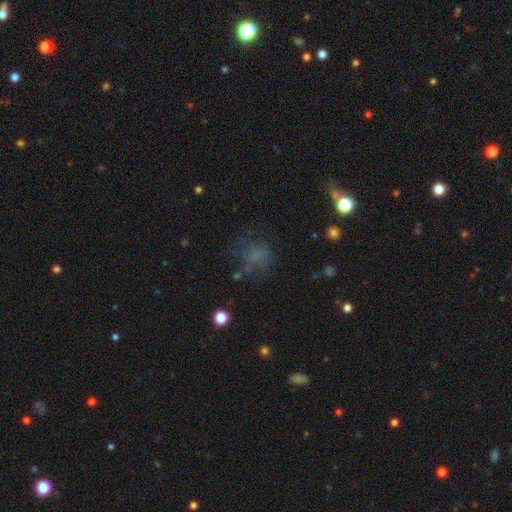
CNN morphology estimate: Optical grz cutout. It shows a smooth galaxy with no disk features (54%) that is round (57%). Merging: none (53%).